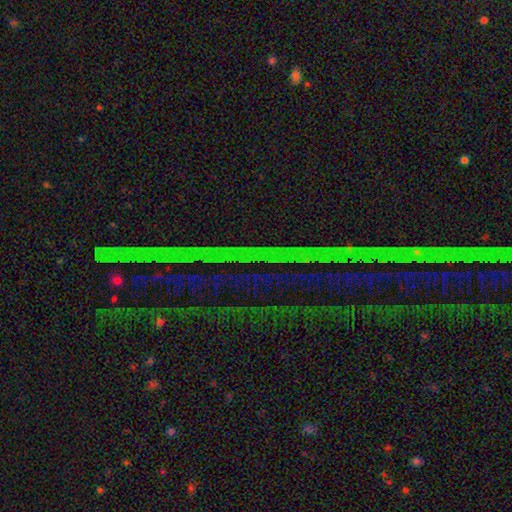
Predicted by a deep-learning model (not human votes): This appears to be a star or artifact, not a galaxy (82%).